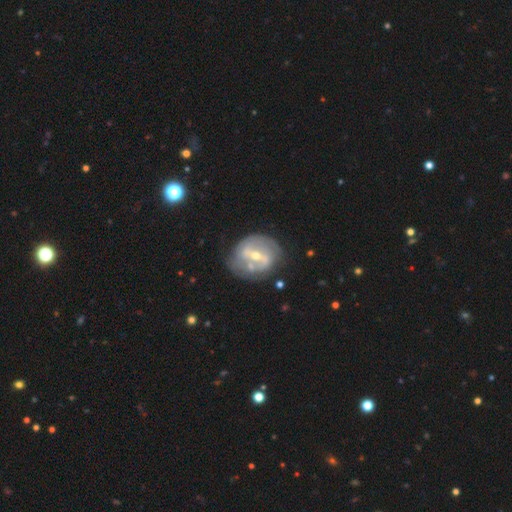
Q: Smooth or featured?
A: featured or disk (77%); runner-up: smooth (18%)
Q: Edge-on disk?
A: no (97%); runner-up: yes (3%)
Q: Bar?
A: strong (41%); runner-up: weak (38%)
Q: Spiral arms?
A: yes (76%); runner-up: no (24%)
Q: Spiral winding?
A: medium (59%); runner-up: tight (23%)
Q: Spiral arm count?
A: 2 (77%); runner-up: can't tell (18%)
Q: Bulge size?
A: moderate (52%); runner-up: small (34%)
Q: Merging?
A: none (68%); runner-up: minor disturbance (16%)